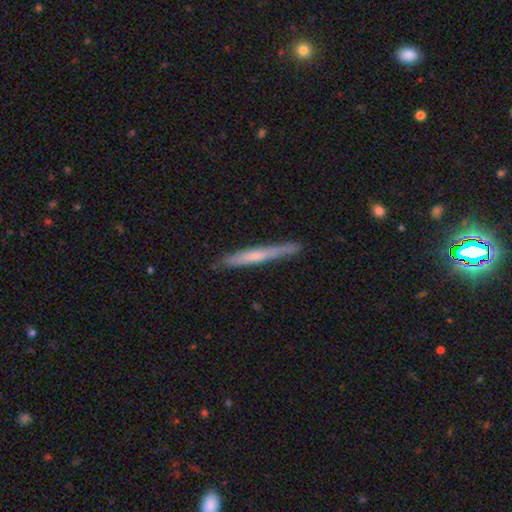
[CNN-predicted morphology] Smooth or featured: smooth — 49% (featured or disk — 45%)
Merging: none — 84% (minor disturbance — 13%)